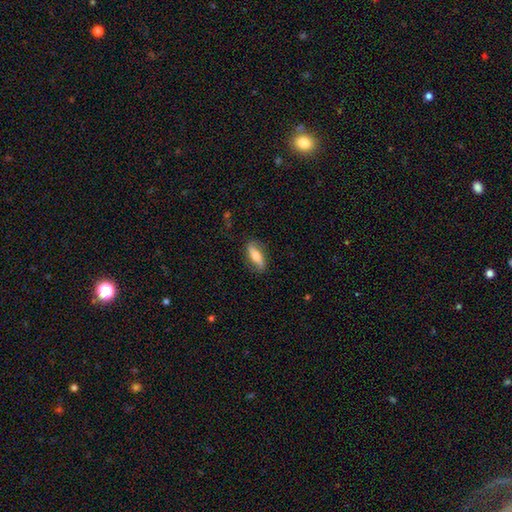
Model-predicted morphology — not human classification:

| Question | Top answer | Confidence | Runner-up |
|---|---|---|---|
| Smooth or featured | smooth | 52% | featured or disk (42%) |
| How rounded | in between | 61% | cigar-shaped (35%) |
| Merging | none | 81% | minor disturbance (14%) |